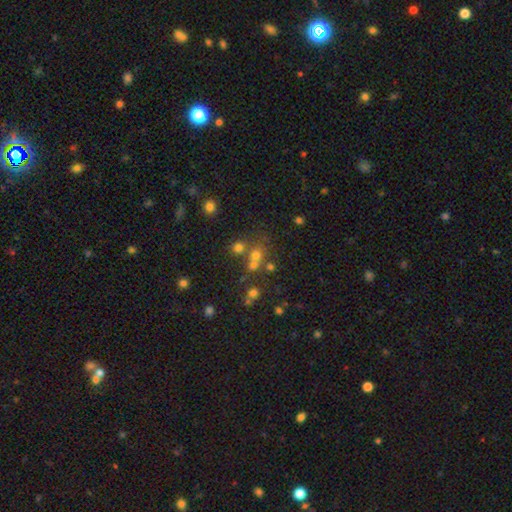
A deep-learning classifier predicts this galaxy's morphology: Smooth or featured?
  - smooth: 58% *
  - star or artifact: 28%
  - featured or disk: 14%
How rounded?
  - round: 82% *
  - in between: 17%
  - cigar-shaped: 1%
Merging?
  - none: 52% *
  - merger: 34%
  - minor disturbance: 9%
  - major disturbance: 5%